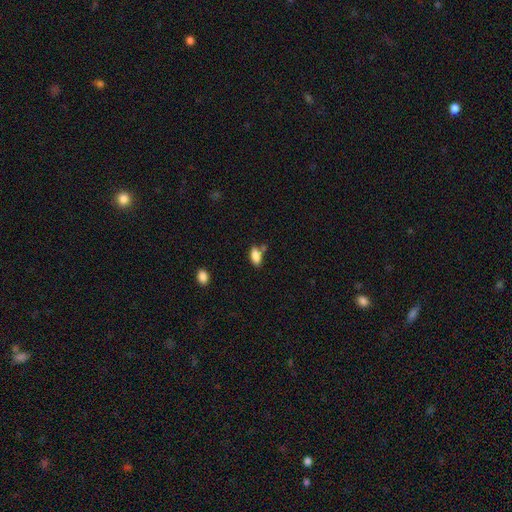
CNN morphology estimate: Smooth or featured? Predicted: smooth (p=0.85). How rounded? Predicted: in between (p=0.89). Merging? Predicted: none (p=0.65).